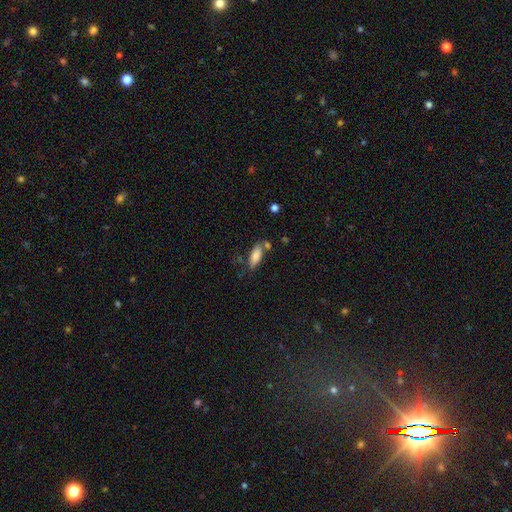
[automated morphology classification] This is clearly a smooth galaxy (82%). How rounded: likely in between (74%). Merging: possibly none (60%).